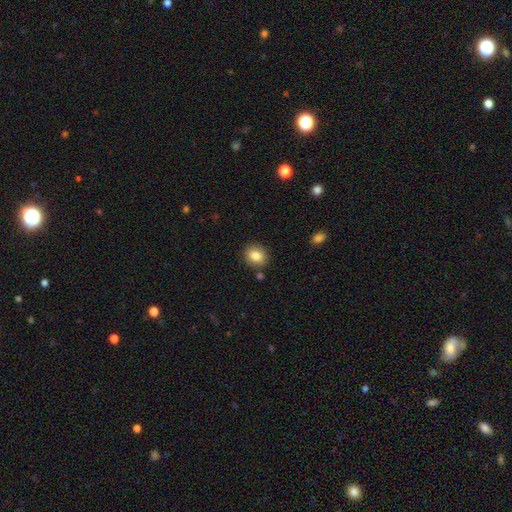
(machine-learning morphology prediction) Overall: smooth (85%). How rounded: round (64%; in between 35%). Merging: none (84%).